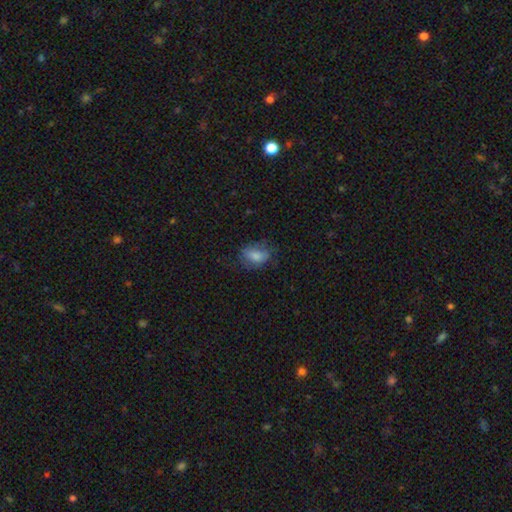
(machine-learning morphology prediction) smooth 75%, featured or disk 16%, star or artifact 8%. Down the decision tree: how rounded — in between (81%); merging — none (62%).